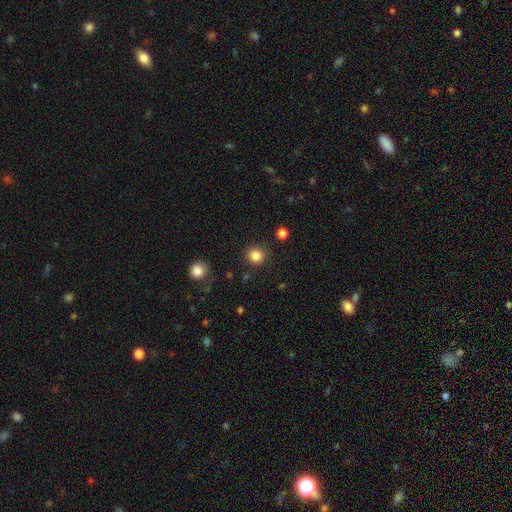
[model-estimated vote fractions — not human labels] Smooth or featured?
  - smooth: 84% *
  - star or artifact: 12%
  - featured or disk: 4%
How rounded?
  - round: 92% *
  - in between: 7%
  - cigar-shaped: 1%
Merging?
  - none: 89% *
  - minor disturbance: 7%
  - major disturbance: 3%
  - merger: 2%